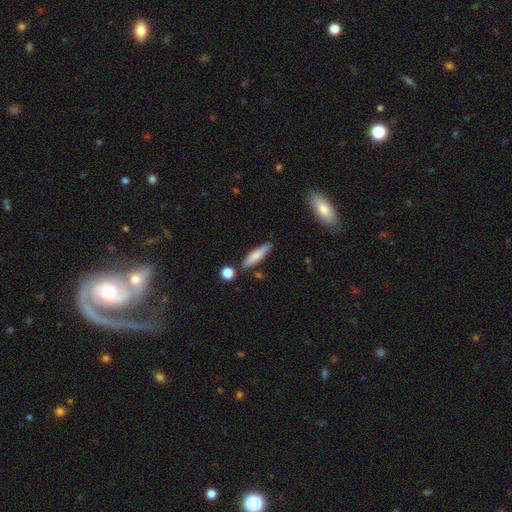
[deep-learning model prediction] Q: Smooth or featured?
A: smooth (74%); runner-up: featured or disk (19%)
Q: How rounded?
A: cigar-shaped (78%); runner-up: in between (20%)
Q: Merging?
A: none (79%); runner-up: minor disturbance (13%)